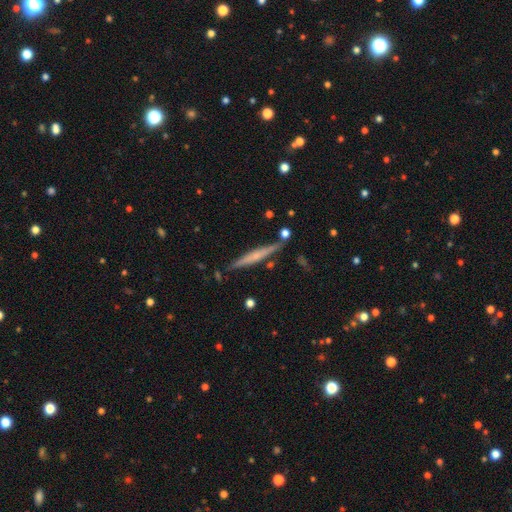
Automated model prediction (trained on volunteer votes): This is possibly a featured or disk galaxy (57%). It is clearly viewed edge-on (97%). Edge-on bulge: possibly none (49%). Merging: clearly none (84%).